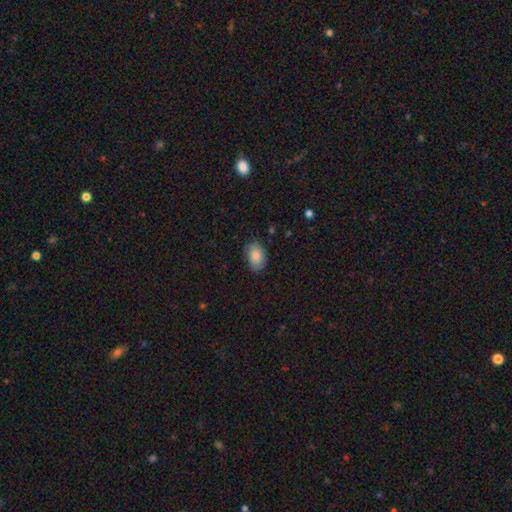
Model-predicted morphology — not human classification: type=smooth (83%); roundness=in between (85%); merging=none (81%).